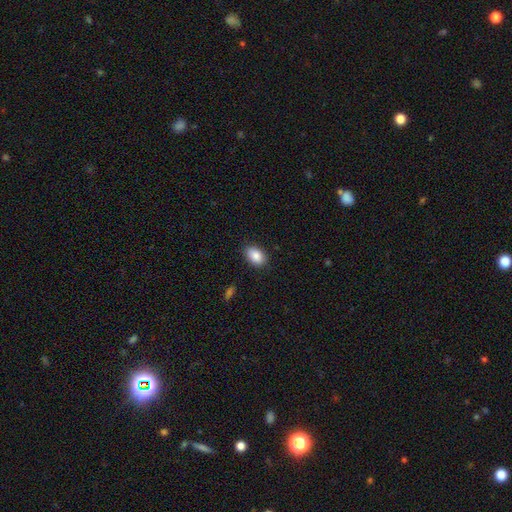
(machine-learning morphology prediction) A smooth galaxy with no disk features (87%) that is in between round and cigar-shaped (86%). Merging: none (85%).